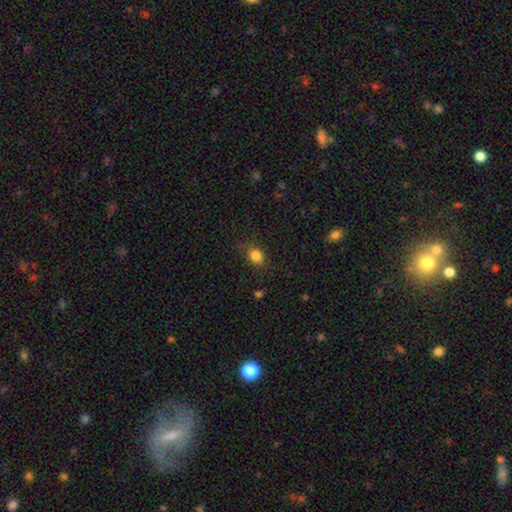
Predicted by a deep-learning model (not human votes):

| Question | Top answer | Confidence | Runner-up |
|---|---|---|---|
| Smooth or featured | smooth | 83% | star or artifact (11%) |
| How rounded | round | 59% | in between (40%) |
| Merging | none | 74% | minor disturbance (19%) |